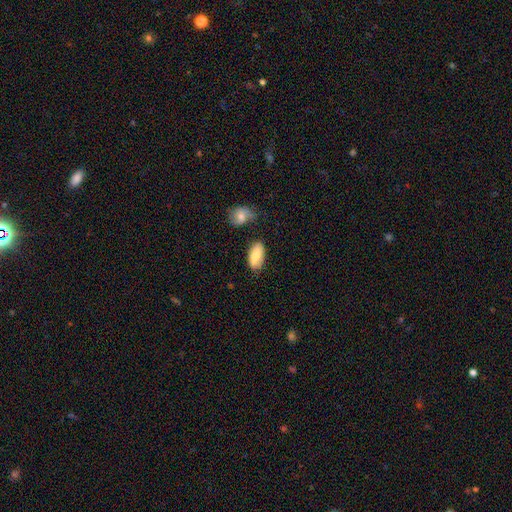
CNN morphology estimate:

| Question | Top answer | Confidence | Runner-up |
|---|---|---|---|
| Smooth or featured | smooth | 78% | featured or disk (16%) |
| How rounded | in between | 88% | cigar-shaped (10%) |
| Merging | none | 72% | minor disturbance (18%) |